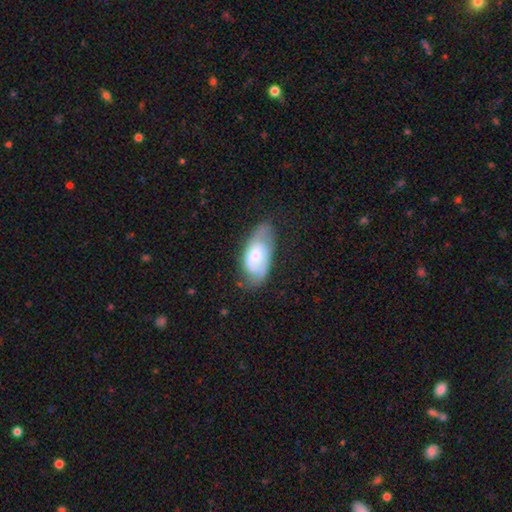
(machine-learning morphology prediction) smooth-or-featured: smooth: 53% | featured or disk: 40% | star or artifact: 7%
  how-rounded: in between: 92% | cigar-shaped: 5% | round: 4%
  merging: none: 50% | minor disturbance: 33% | major disturbance: 14% | merger: 2%